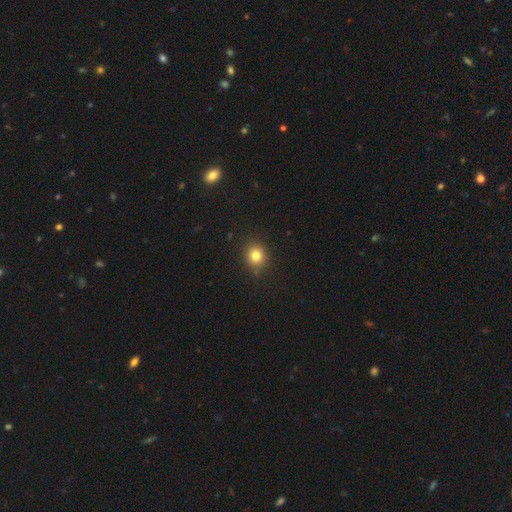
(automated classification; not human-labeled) Q: Smooth or featured?
A: smooth (81%); runner-up: star or artifact (13%)
Q: How rounded?
A: round (82%); runner-up: in between (17%)
Q: Merging?
A: none (87%); runner-up: minor disturbance (9%)